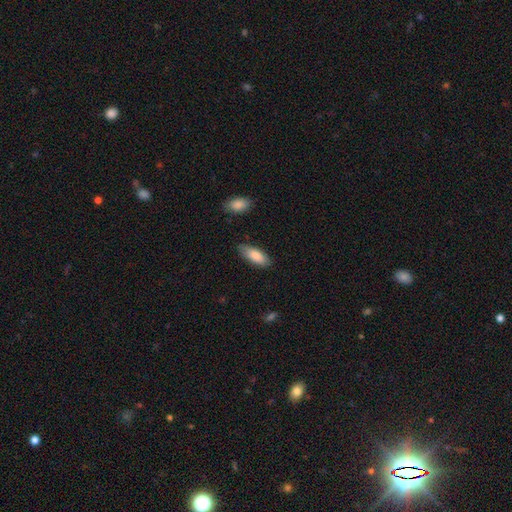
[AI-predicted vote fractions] A smooth galaxy with no disk features (84%) that is in between round and cigar-shaped (75%). Merging: none (80%).